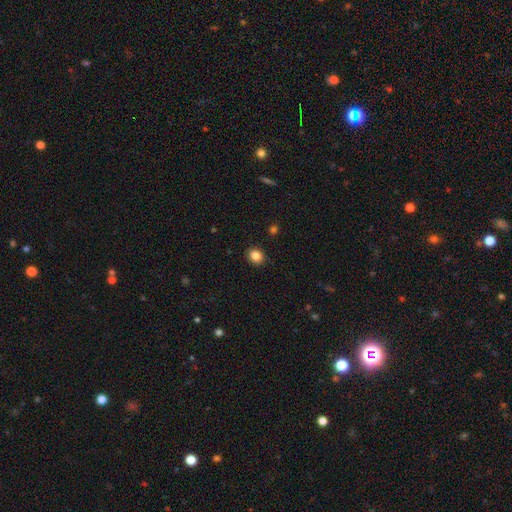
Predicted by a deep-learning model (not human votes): Smooth or featured? Predicted: smooth (p=0.86). How rounded? Predicted: round (p=0.69). Merging? Predicted: none (p=0.90).